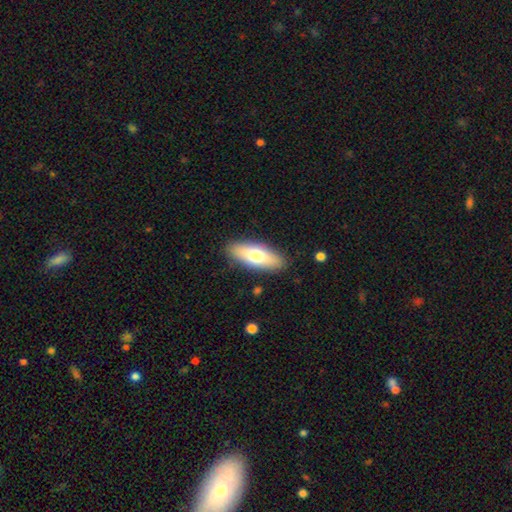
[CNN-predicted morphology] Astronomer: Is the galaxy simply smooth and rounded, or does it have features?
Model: smooth — 70%.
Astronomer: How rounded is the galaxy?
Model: in between — 71%.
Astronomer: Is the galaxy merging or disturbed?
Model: none — 87%.